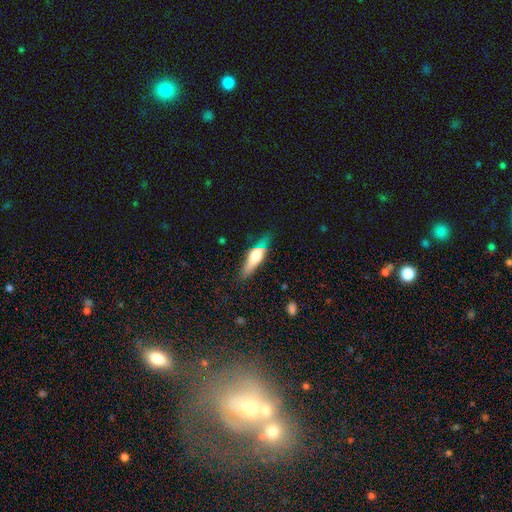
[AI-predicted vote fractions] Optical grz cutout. It shows a smooth galaxy with no disk features (49%). Merging: none (76%).